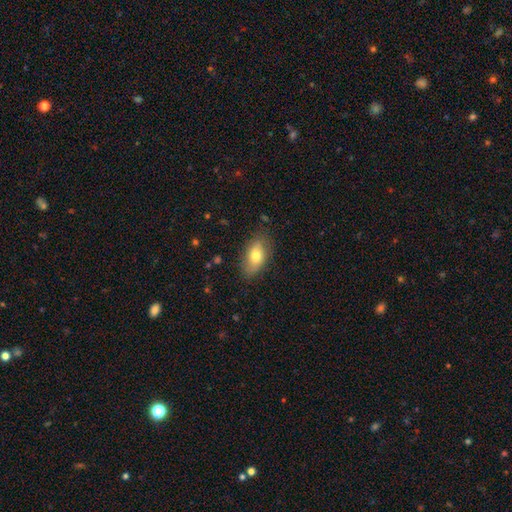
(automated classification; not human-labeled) Smooth or featured?
  - smooth: 72% *
  - featured or disk: 20%
  - star or artifact: 7%
How rounded?
  - in between: 89% *
  - round: 7%
  - cigar-shaped: 4%
Merging?
  - none: 79% *
  - minor disturbance: 16%
  - major disturbance: 4%
  - merger: 1%